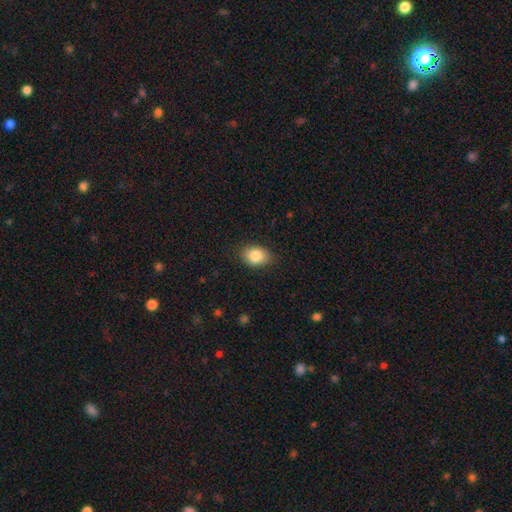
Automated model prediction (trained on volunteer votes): This appears to be a smooth galaxy with no disk features (85%) that is in between round and cigar-shaped (72%). Merging: none (85%).